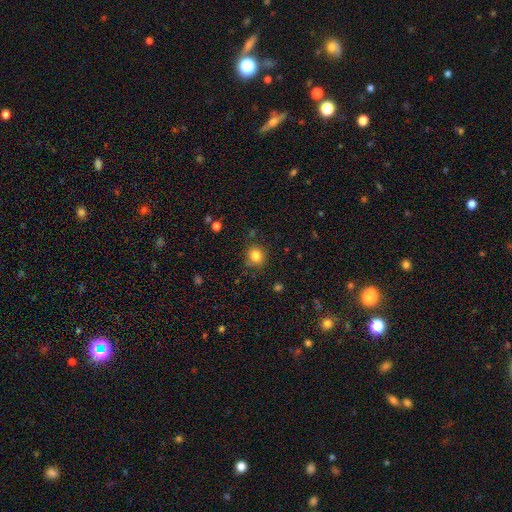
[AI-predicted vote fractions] A smooth galaxy with no disk features (83%) that is round (82%). Merging: none (82%).